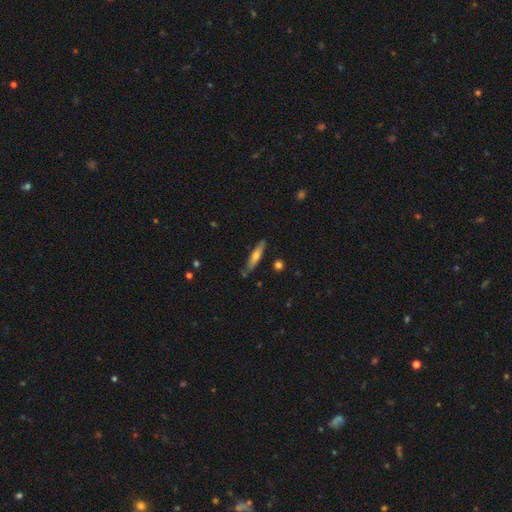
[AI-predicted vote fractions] Q: Smooth or featured?
A: smooth (49%); runner-up: featured or disk (45%)
Q: Merging?
A: none (80%); runner-up: minor disturbance (15%)